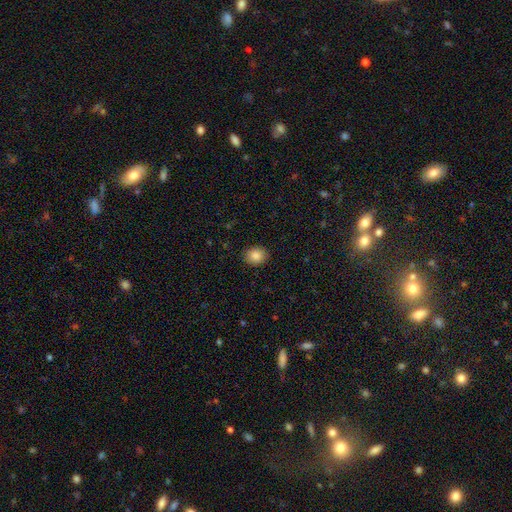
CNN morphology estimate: Q: Smooth or featured?
A: smooth (87%); runner-up: star or artifact (9%)
Q: How rounded?
A: round (57%); runner-up: in between (42%)
Q: Merging?
A: none (90%); runner-up: minor disturbance (7%)